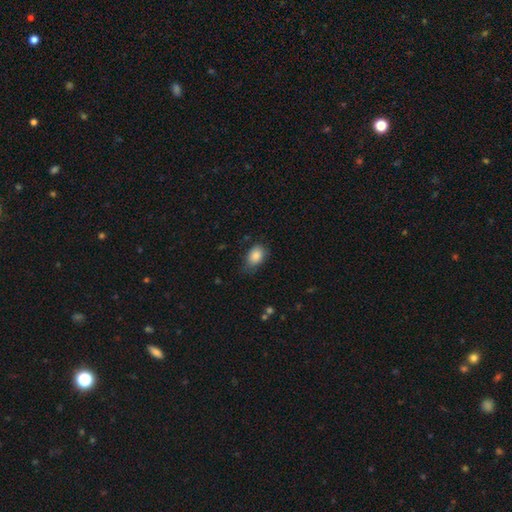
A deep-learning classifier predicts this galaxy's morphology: Overall: smooth (86%). How rounded: in between (78%). Merging: none (65%; minor disturbance 28%).